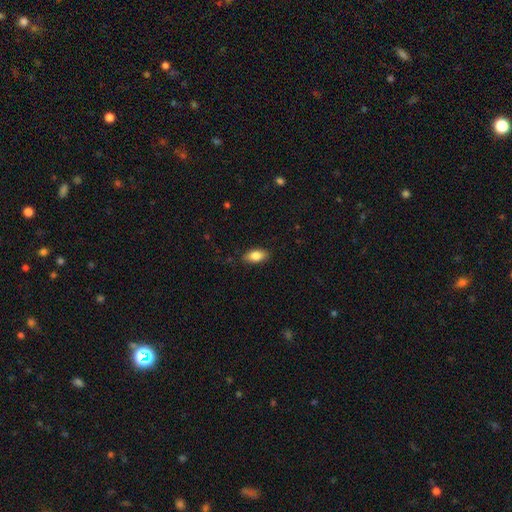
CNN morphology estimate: smooth-or-featured: smooth: 83% | featured or disk: 9% | star or artifact: 7%
  how-rounded: in between: 89% | cigar-shaped: 7% | round: 4%
  merging: none: 86% | minor disturbance: 11% | major disturbance: 2% | merger: 1%